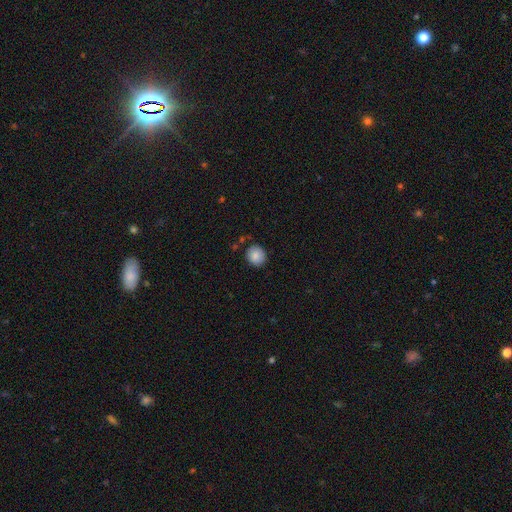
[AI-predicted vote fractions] Smooth or featured? smooth (87%)
How rounded? round (84%)
Merging? none (85%)